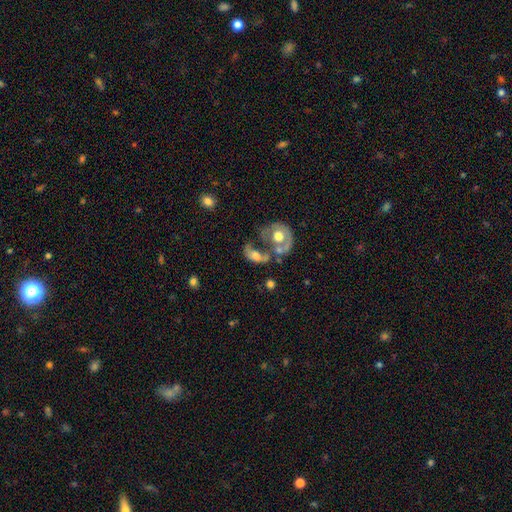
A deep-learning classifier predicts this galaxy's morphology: smooth 48%, featured or disk 44%, star or artifact 9%. Down the decision tree: merging — merger (47%).